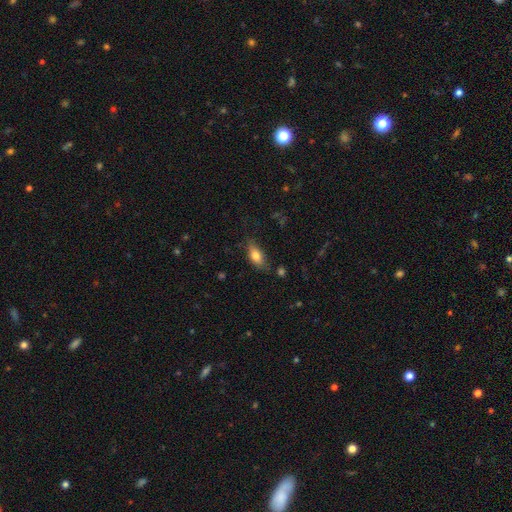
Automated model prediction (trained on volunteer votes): Morphology: type=smooth (77%); roundness=in between (83%); merging=none (70%).